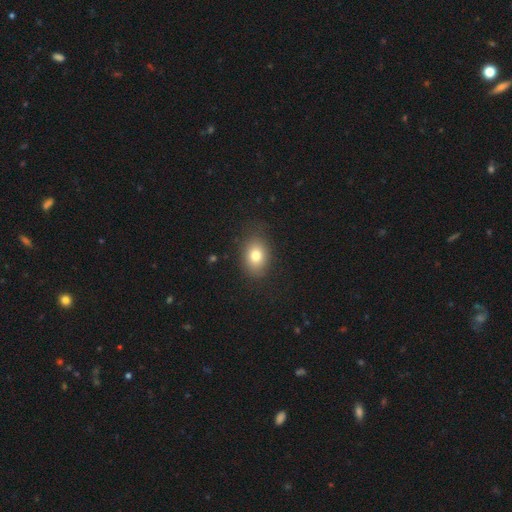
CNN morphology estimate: A smooth galaxy with no disk features (79%) that is in between round and cigar-shaped (69%). Merging: none (83%).